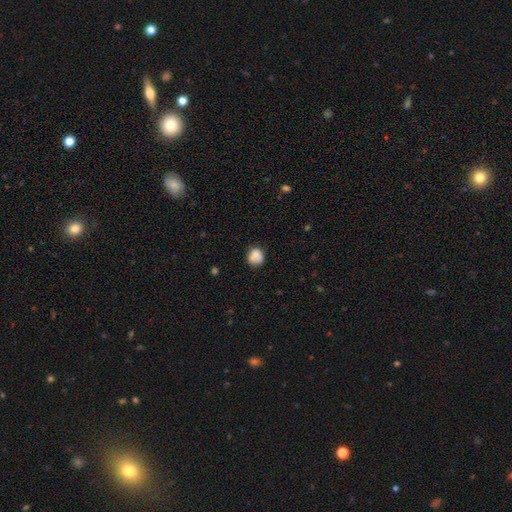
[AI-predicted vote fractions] Q: Smooth or featured?
A: smooth (83%); runner-up: star or artifact (9%)
Q: How rounded?
A: round (79%); runner-up: in between (20%)
Q: Merging?
A: none (70%); runner-up: minor disturbance (22%)